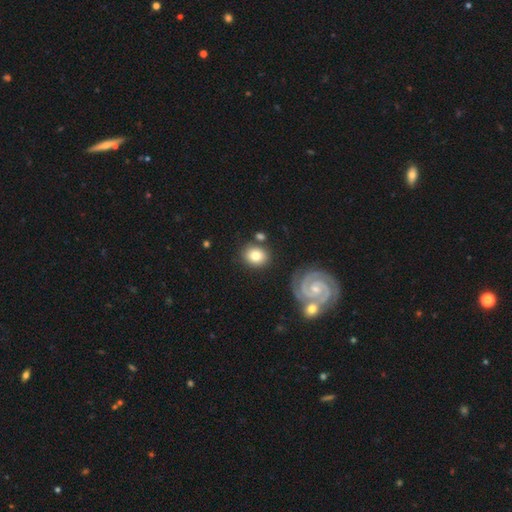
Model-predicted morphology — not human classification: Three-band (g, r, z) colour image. It shows a smooth galaxy with no disk features (72%) that is round (67%). Merging: none (78%).